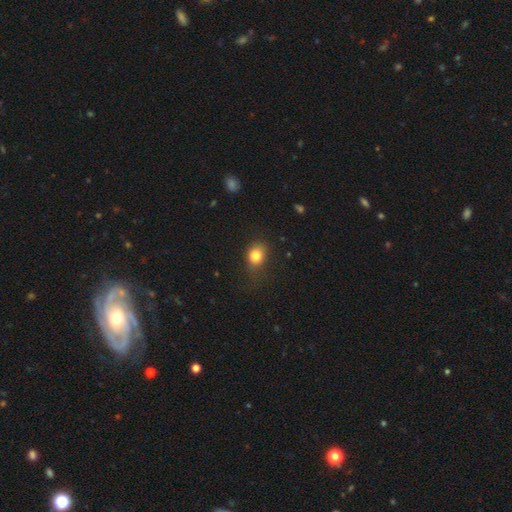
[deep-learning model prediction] This is clearly a smooth galaxy (83%). How rounded: possibly round (55%). Merging: likely none (66%).